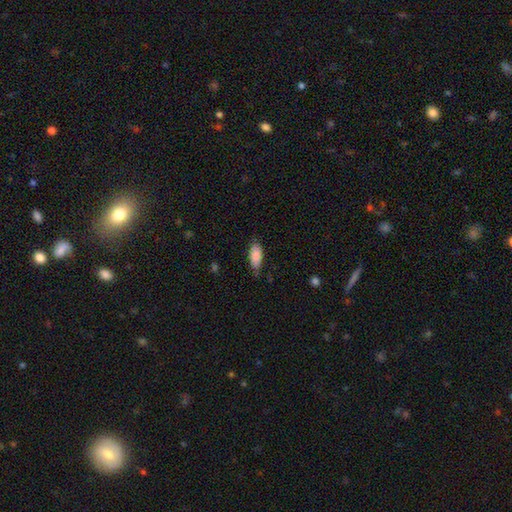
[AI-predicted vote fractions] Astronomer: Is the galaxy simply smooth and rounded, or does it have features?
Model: smooth — 87%.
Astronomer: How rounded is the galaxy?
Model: in between — 84%.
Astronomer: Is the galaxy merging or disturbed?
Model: none — 72%.